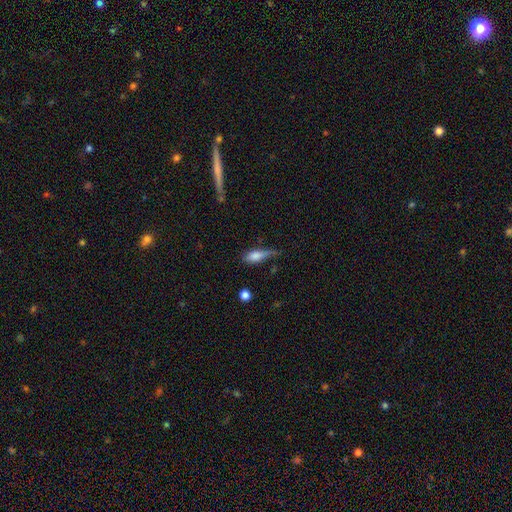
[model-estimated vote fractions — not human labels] Smooth or featured? smooth (74%)
How rounded? in between (60%)
Merging? minor disturbance (41%)